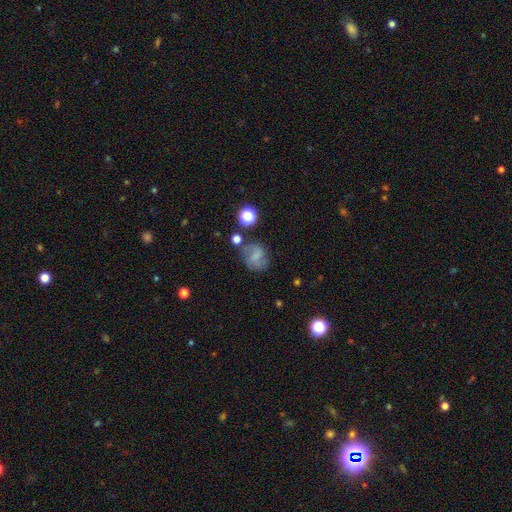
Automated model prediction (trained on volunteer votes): Smooth or featured? Predicted: smooth (p=0.46). Merging? Predicted: none (p=0.58).